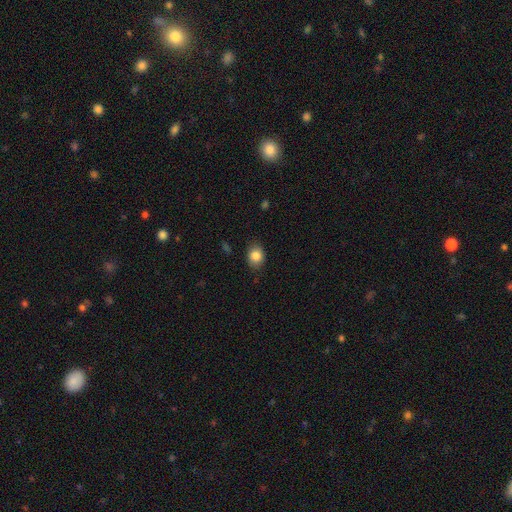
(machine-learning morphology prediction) Smooth or featured: smooth — 85% (star or artifact — 9%)
How rounded: in between — 59% (round — 40%)
Merging: none — 83% (minor disturbance — 13%)